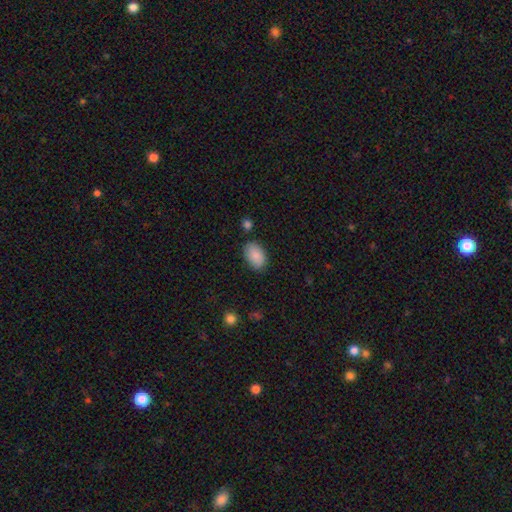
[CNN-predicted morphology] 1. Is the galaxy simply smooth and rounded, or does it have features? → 87% smooth, 7% star or artifact, 6% featured or disk.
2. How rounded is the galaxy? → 90% in between, 9% round, 1% cigar-shaped.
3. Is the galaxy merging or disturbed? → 80% none, 14% minor disturbance, 3% major disturbance, 3% merger.